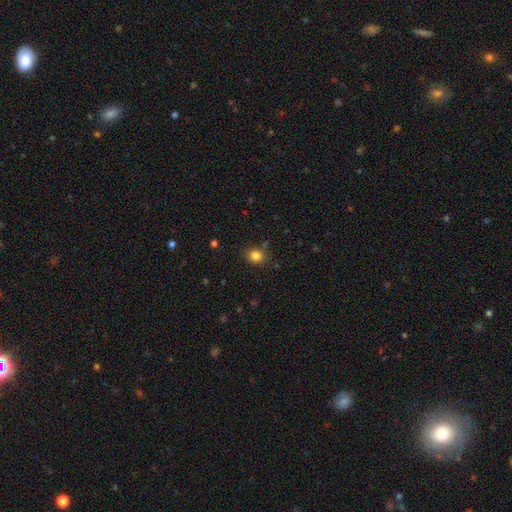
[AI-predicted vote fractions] Morphology: type=smooth (83%); roundness=round (68%); merging=none (80%).